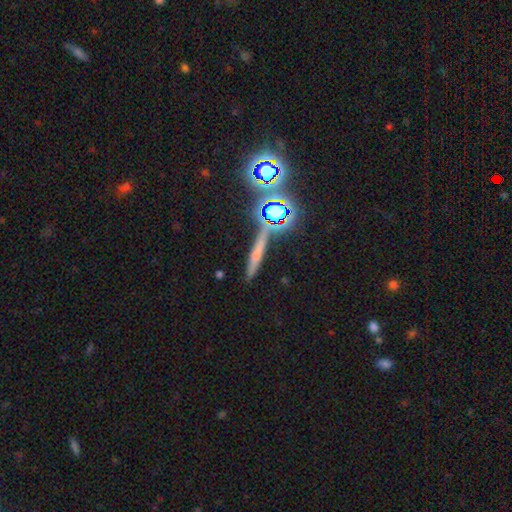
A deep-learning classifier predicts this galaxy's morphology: A smooth galaxy with no disk features (36%).

Vote fractions:
- Smooth or featured? smooth: 36% / featured or disk: 32% / star or artifact: 32%
- Merging? none: 79% / minor disturbance: 11% / merger: 7% / major disturbance: 4%